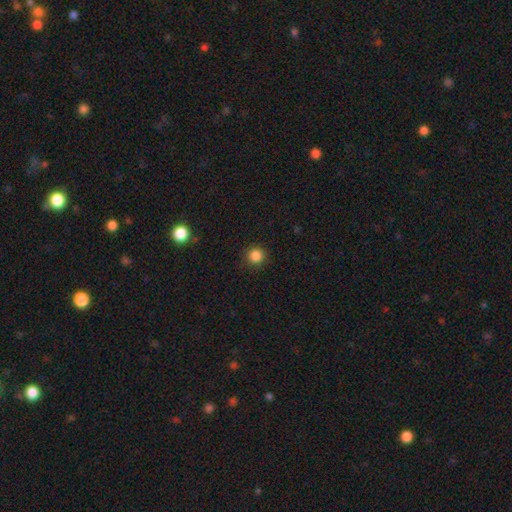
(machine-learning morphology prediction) smooth 85%, star or artifact 12%, featured or disk 3%. Down the decision tree: how rounded — round (94%); merging — none (91%).